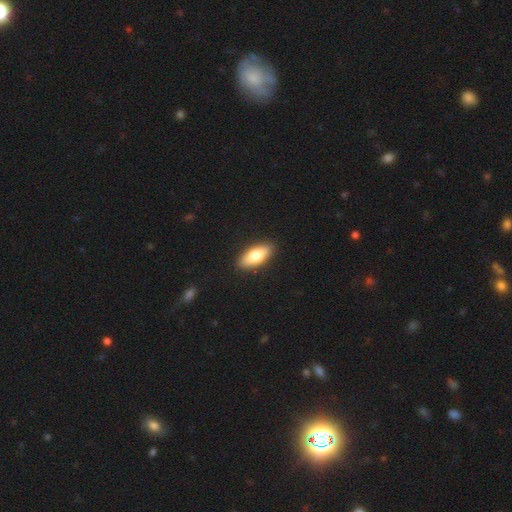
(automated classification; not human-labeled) smooth 72%, featured or disk 22%, star or artifact 6%. Down the decision tree: how rounded — in between (77%); merging — none (90%).